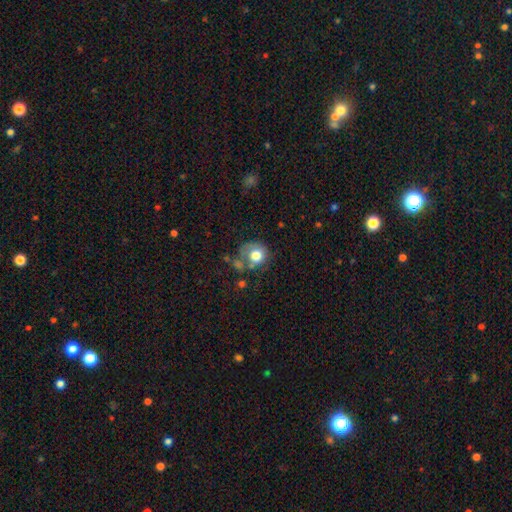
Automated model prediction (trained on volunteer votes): A smooth galaxy with no disk features (73%) that is round (77%).

Vote fractions:
- Smooth or featured? smooth: 73% / featured or disk: 17% / star or artifact: 10%
- How rounded? round: 77% / in between: 22% / cigar-shaped: 1%
- Merging? none: 44% / minor disturbance: 24% / merger: 18% / major disturbance: 14%